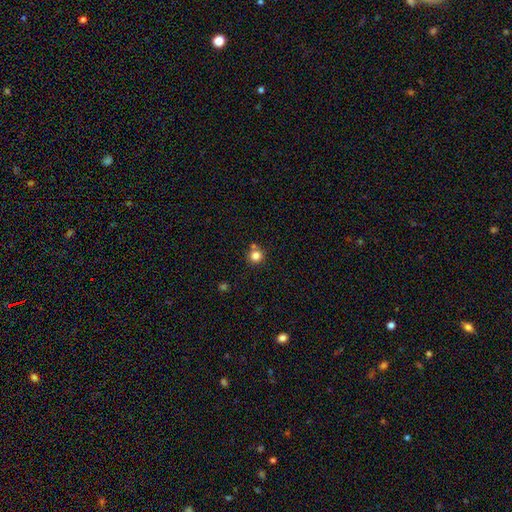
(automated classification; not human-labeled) Smooth or featured: smooth — 81% (star or artifact — 12%)
How rounded: round — 93% (in between — 6%)
Merging: none — 73% (merger — 17%)